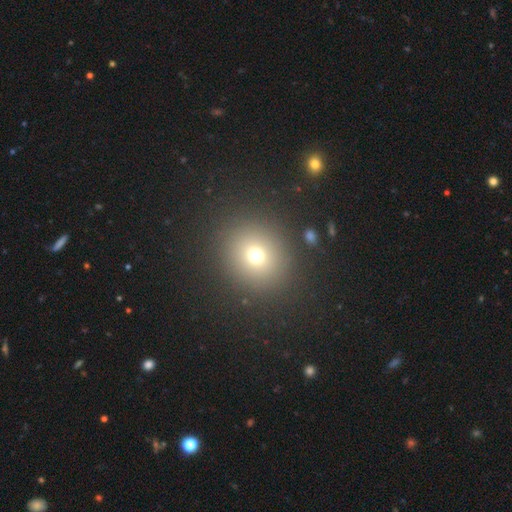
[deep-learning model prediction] Smooth or featured? Predicted: smooth (p=0.70). How rounded? Predicted: round (p=0.86). Merging? Predicted: none (p=0.88).